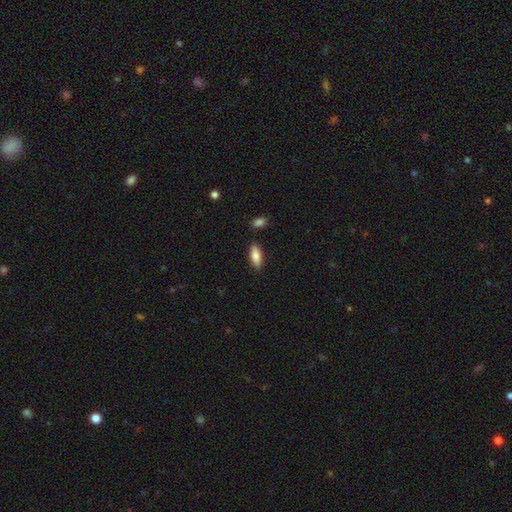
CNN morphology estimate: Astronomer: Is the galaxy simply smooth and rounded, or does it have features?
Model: smooth — 80%.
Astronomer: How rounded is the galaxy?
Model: in between — 72%.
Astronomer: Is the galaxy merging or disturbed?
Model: none — 86%.